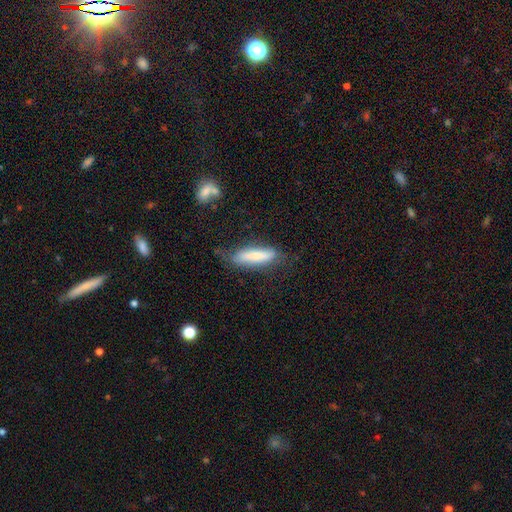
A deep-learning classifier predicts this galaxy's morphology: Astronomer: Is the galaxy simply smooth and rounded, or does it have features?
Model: smooth — 73%.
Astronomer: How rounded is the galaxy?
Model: cigar-shaped — 69%.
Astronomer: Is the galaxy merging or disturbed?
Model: none — 70%.